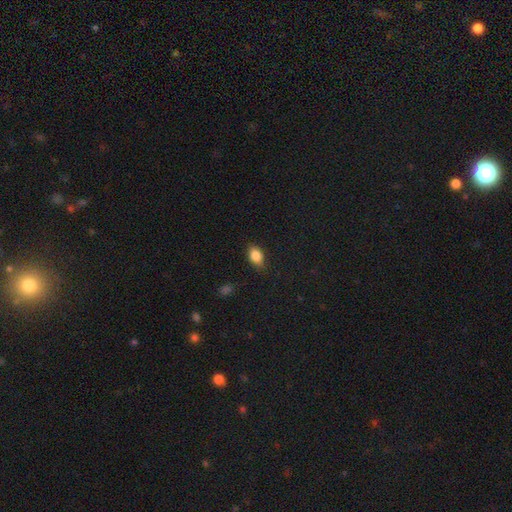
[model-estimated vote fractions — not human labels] Smooth or featured? Predicted: smooth (p=0.86). How rounded? Predicted: in between (p=0.85). Merging? Predicted: none (p=0.84).